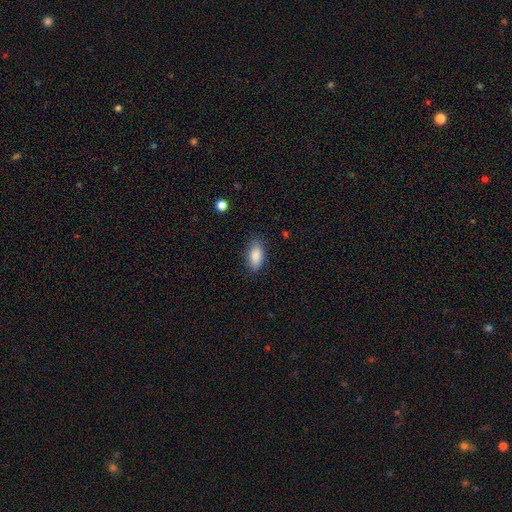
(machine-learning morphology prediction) Smooth or featured? smooth (87%)
How rounded? in between (89%)
Merging? none (85%)